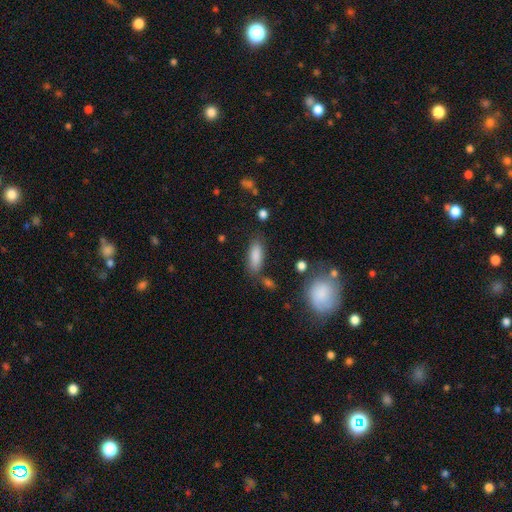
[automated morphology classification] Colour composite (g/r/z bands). It shows a smooth galaxy with no disk features (85%) that is in between round and cigar-shaped (69%). Merging: none (75%).